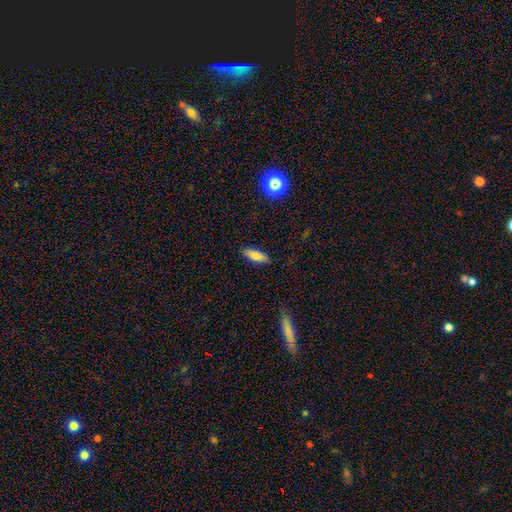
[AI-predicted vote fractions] This appears to be a smooth galaxy with no disk features (80%) that is in between round and cigar-shaped (54%). Merging: none (87%).